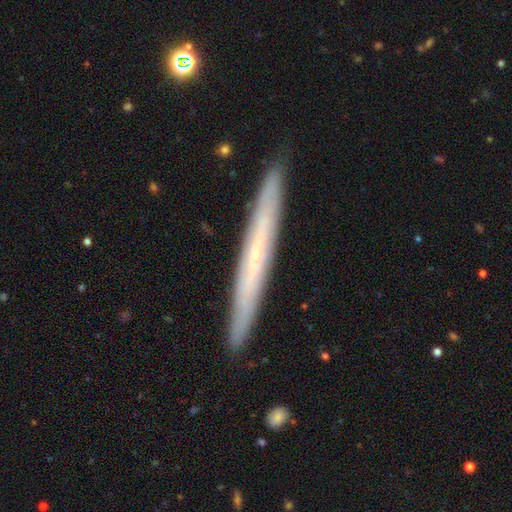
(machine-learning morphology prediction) The model was most divided on "smooth or featured": featured or disk: 58%, smooth: 35%, star or artifact: 7%. More confident: edge-on disk — yes (92%); merging — none (91%); edge-on bulge — none (80%).